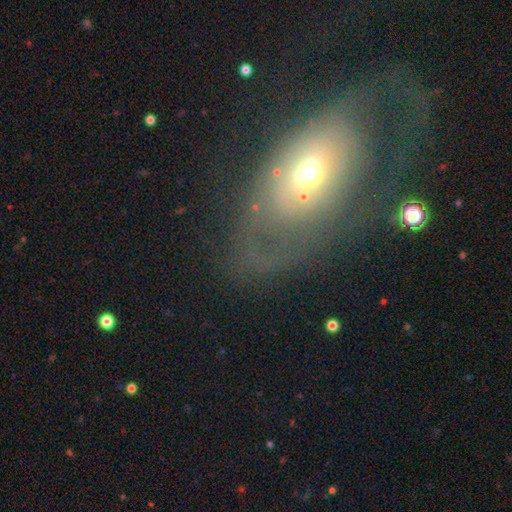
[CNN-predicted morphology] A featured or disk galaxy (59%) with no bar (81%), no spiral arms (57%) and a moderate central bulge (58%). Merging: none (49%).